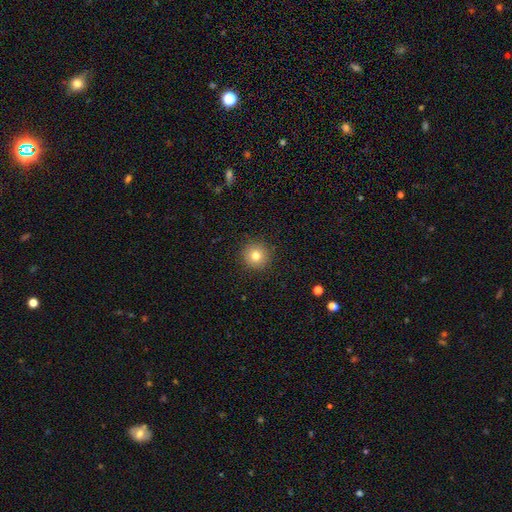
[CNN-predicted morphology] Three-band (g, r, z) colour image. It shows a smooth galaxy with no disk features (78%) that is round (96%). Merging: none (92%).